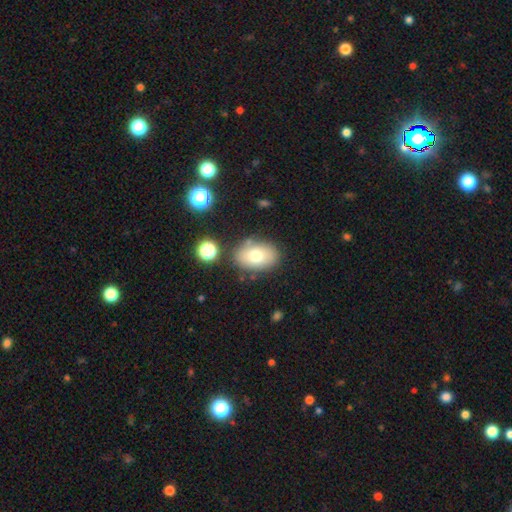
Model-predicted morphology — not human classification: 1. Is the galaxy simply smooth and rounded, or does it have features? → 72% smooth, 17% featured or disk, 10% star or artifact.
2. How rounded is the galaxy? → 81% in between, 18% round, 1% cigar-shaped.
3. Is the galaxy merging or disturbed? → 78% none, 13% minor disturbance, 5% merger, 4% major disturbance.